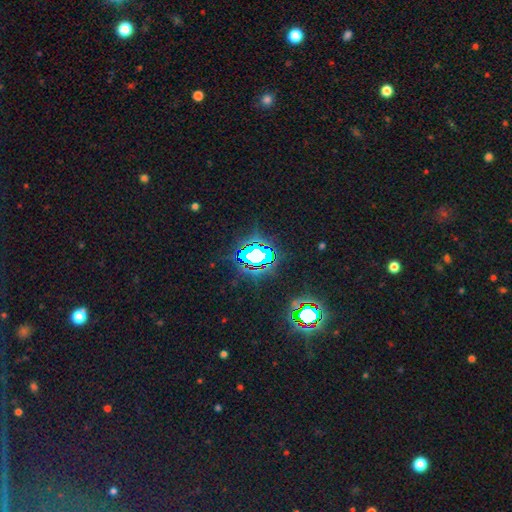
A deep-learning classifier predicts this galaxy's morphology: Smooth or featured?
  - star or artifact: 70% *
  - smooth: 17%
  - featured or disk: 14%